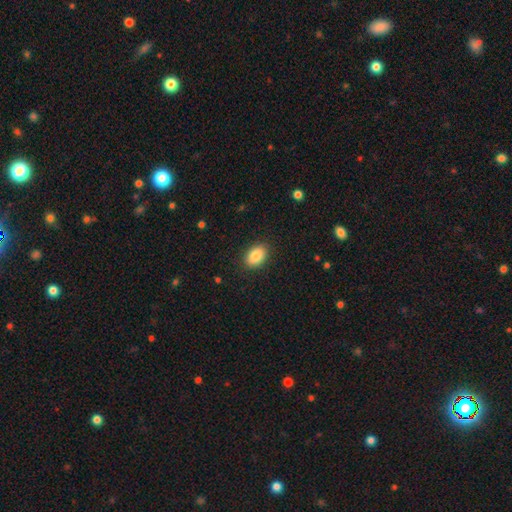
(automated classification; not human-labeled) smooth 87%, star or artifact 7%, featured or disk 5%. Down the decision tree: how rounded — in between (85%); merging — none (88%).